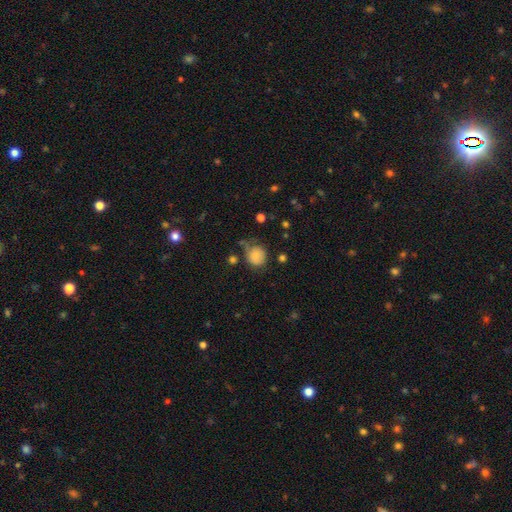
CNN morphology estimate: Smooth or featured? smooth (80%)
How rounded? round (81%)
Merging? none (59%)